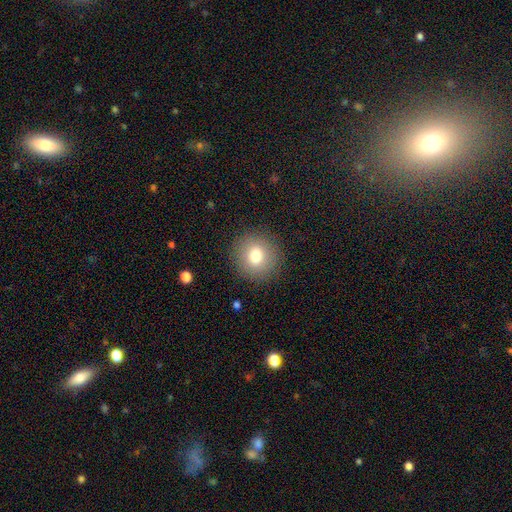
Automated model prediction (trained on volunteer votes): Overall: smooth (77%). How rounded: round (92%). Merging: none (89%).